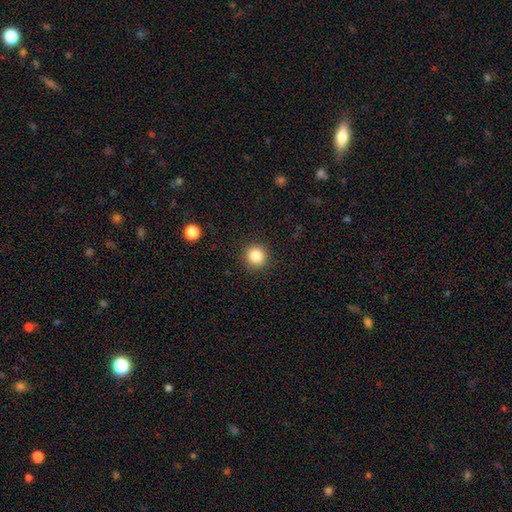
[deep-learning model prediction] Smooth or featured: smooth — 86% (star or artifact — 10%)
How rounded: round — 91% (in between — 8%)
Merging: none — 90% (minor disturbance — 6%)